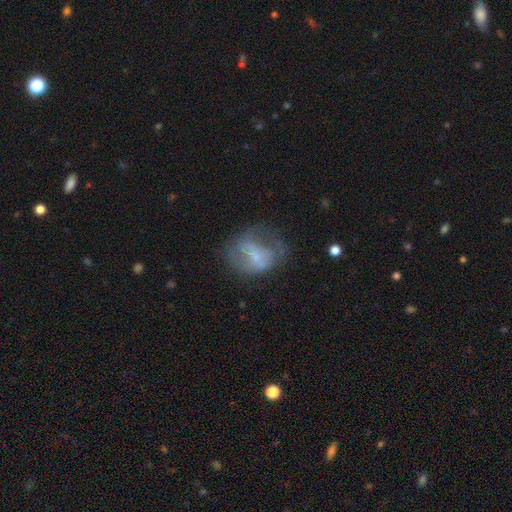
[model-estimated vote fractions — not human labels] Overall: featured or disk (46%; smooth 43%). Merging: none (38%; major disturbance 33%).